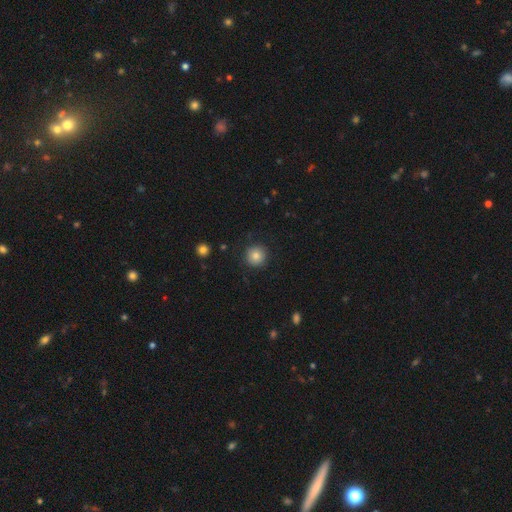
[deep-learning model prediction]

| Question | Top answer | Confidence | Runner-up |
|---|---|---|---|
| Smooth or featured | smooth | 82% | star or artifact (10%) |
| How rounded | round | 95% | in between (4%) |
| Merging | none | 90% | minor disturbance (6%) |